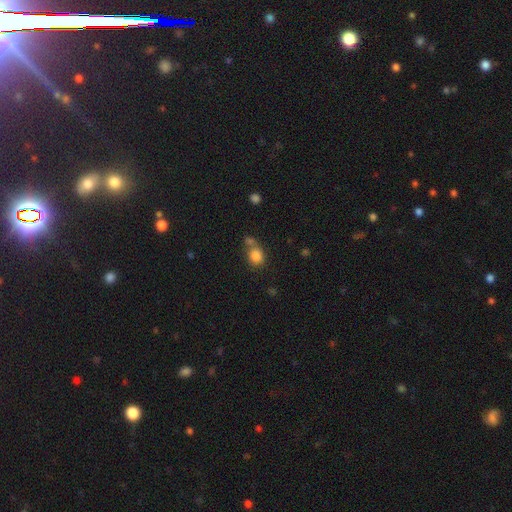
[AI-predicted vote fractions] smooth-or-featured: smooth: 83% | star or artifact: 10% | featured or disk: 7%
  how-rounded: round: 65% | in between: 34% | cigar-shaped: 1%
  merging: none: 51% | merger: 30% | minor disturbance: 13% | major disturbance: 5%